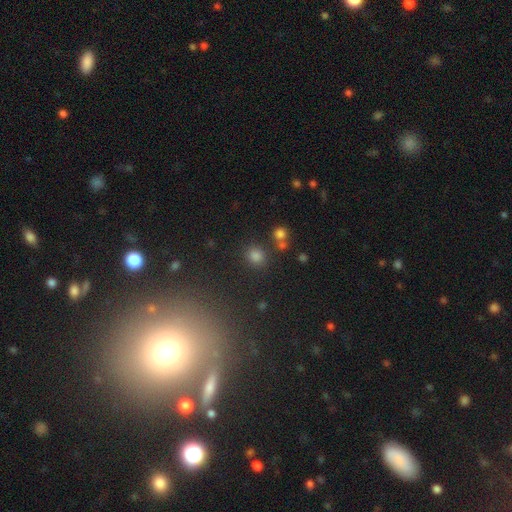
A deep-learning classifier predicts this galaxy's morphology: Smooth or featured? smooth (76%)
How rounded? round (78%)
Merging? none (80%)